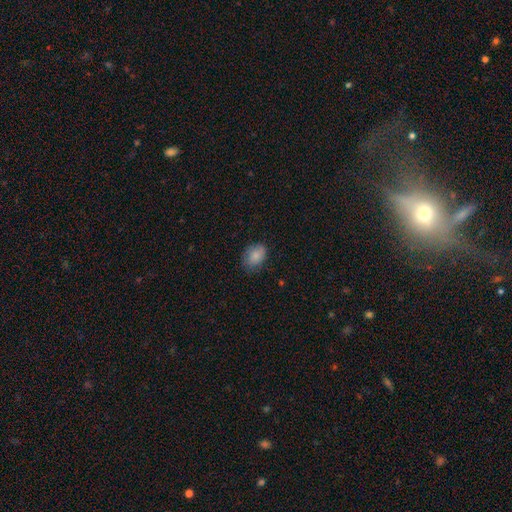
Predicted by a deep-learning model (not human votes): smooth-or-featured: smooth: 85% | star or artifact: 8% | featured or disk: 7%
  how-rounded: in between: 69% | round: 30% | cigar-shaped: 1%
  merging: none: 74% | minor disturbance: 20% | major disturbance: 5% | merger: 1%